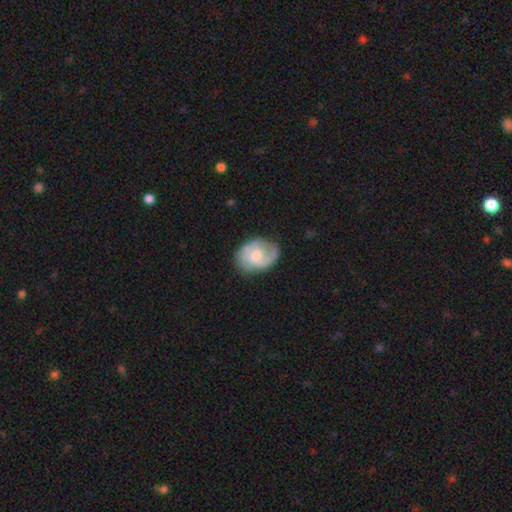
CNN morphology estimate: Smooth or featured? featured or disk (67%)
Edge-on disk? no (97%)
Bar? no (59%)
Spiral arms? yes (89%)
Spiral winding? medium (46%)
Spiral arm count? 2 (69%)
Bulge size? moderate (51%)
Merging? none (72%)